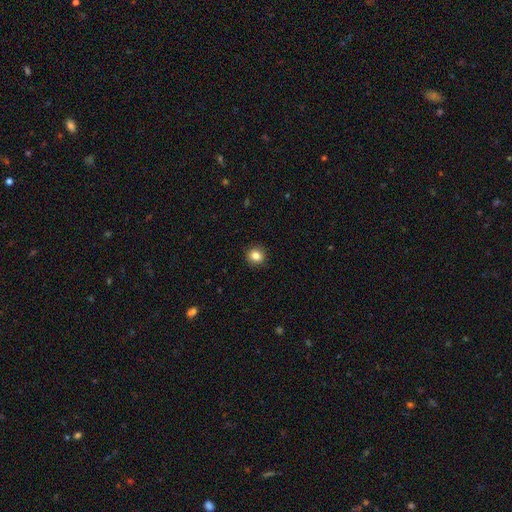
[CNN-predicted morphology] Smooth or featured? smooth (85%)
How rounded? round (85%)
Merging? none (91%)